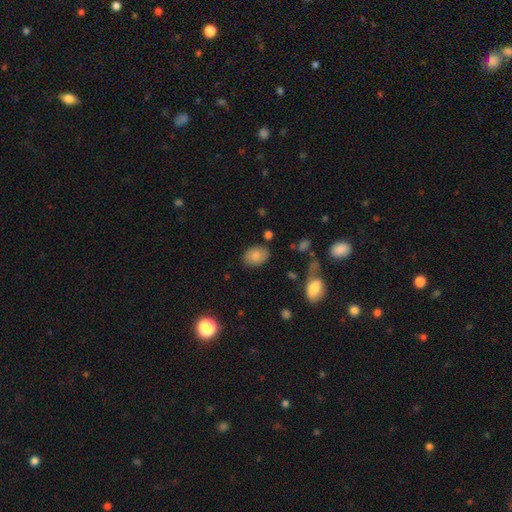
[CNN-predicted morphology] smooth_or_featured: smooth (p=0.82) [alt: featured or disk p=0.10]
how_rounded: in between (p=0.81) [alt: round p=0.18]
merging: none (p=0.81) [alt: minor disturbance p=0.13]